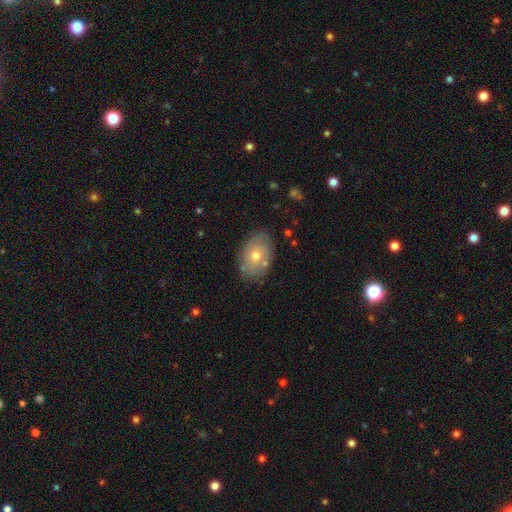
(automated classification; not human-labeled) Smooth or featured?
  - smooth: 57% *
  - featured or disk: 35%
  - star or artifact: 8%
How rounded?
  - in between: 82% *
  - round: 17%
  - cigar-shaped: 1%
Merging?
  - none: 79% *
  - minor disturbance: 15%
  - major disturbance: 3%
  - merger: 3%